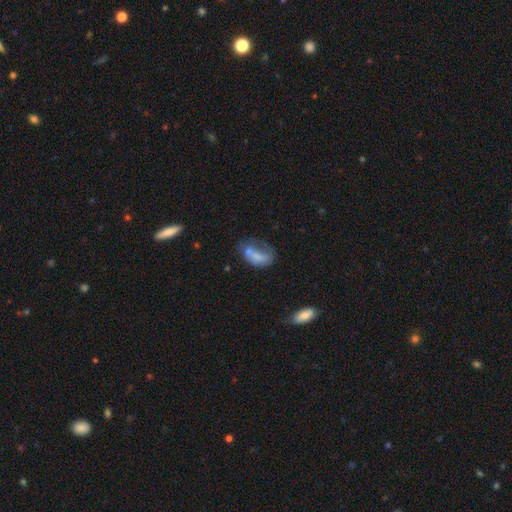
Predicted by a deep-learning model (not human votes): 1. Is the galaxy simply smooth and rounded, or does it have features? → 56% smooth, 33% featured or disk, 10% star or artifact.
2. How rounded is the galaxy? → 85% in between, 10% round, 4% cigar-shaped.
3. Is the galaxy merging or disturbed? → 32% major disturbance, 26% none, 22% minor disturbance, 20% merger.